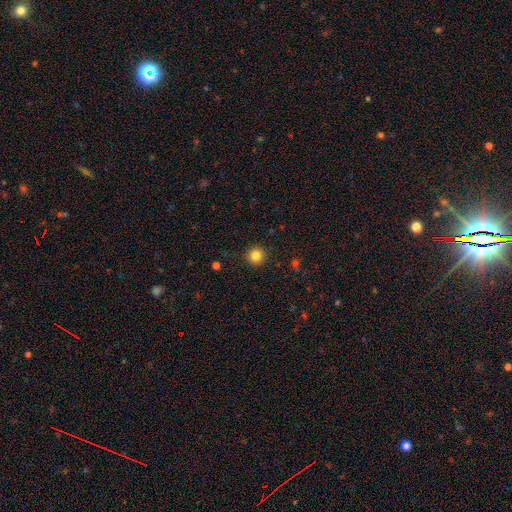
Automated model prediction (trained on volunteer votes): This is clearly a smooth galaxy (83%). How rounded: clearly round (95%). Merging: clearly none (92%).